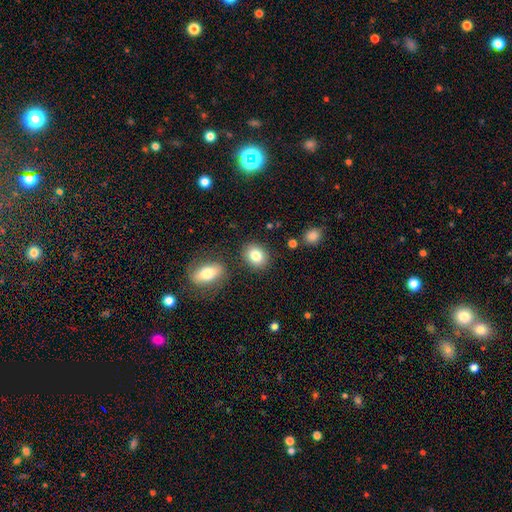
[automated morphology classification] Smooth or featured? smooth (82%)
How rounded? round (50%)
Merging? none (83%)